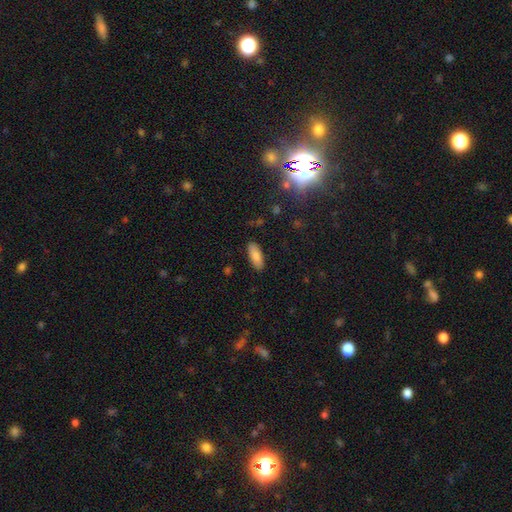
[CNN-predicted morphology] Overall: smooth (84%). How rounded: in between (78%). Merging: none (88%).